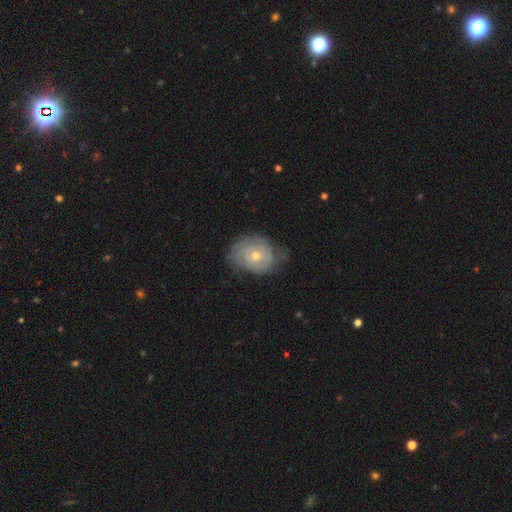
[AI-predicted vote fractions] Q: Smooth or featured?
A: featured or disk (72%); runner-up: smooth (21%)
Q: Edge-on disk?
A: no (96%); runner-up: yes (4%)
Q: Bar?
A: no (82%); runner-up: weak (15%)
Q: Spiral arms?
A: yes (84%); runner-up: no (16%)
Q: Spiral winding?
A: tight (74%); runner-up: medium (19%)
Q: Spiral arm count?
A: can't tell (50%); runner-up: 2 (22%)
Q: Bulge size?
A: moderate (53%); runner-up: small (44%)
Q: Merging?
A: none (67%); runner-up: minor disturbance (24%)